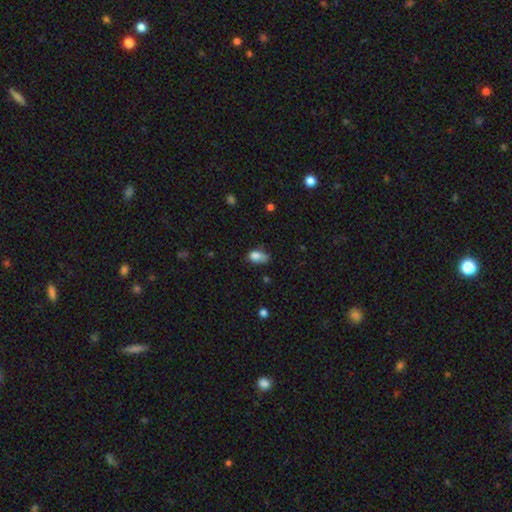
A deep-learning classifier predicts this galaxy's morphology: Overall: smooth (80%). How rounded: in between (85%). Merging: minor disturbance (40%; none 37%).